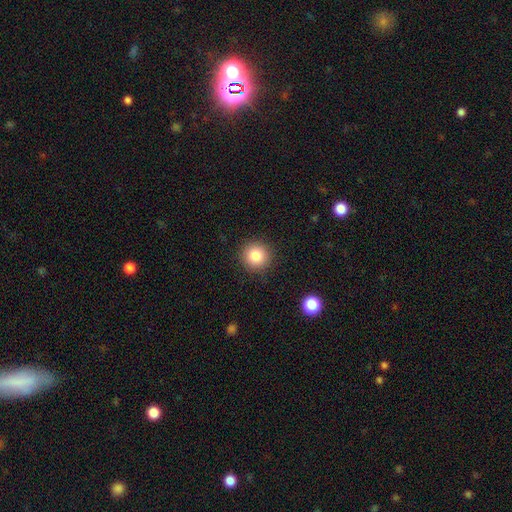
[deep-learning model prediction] The model was most divided on "smooth or featured": smooth: 83%, star or artifact: 10%, featured or disk: 7%. More confident: how rounded — round (94%); merging — none (91%).